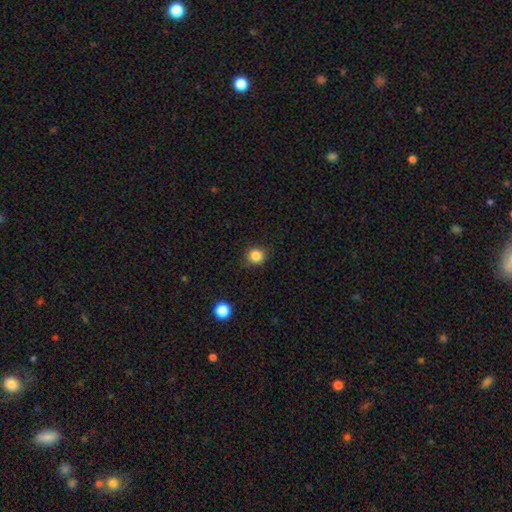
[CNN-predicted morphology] This appears to be a smooth galaxy with no disk features (84%) that is round (90%). Merging: none (88%).